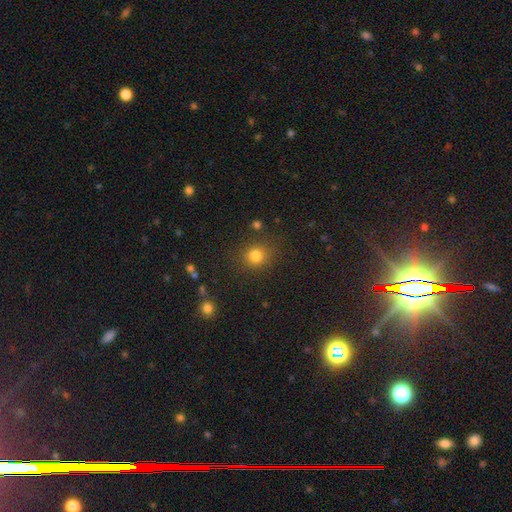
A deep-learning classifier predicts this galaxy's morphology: Smooth or featured? smooth (80%)
How rounded? round (82%)
Merging? none (81%)